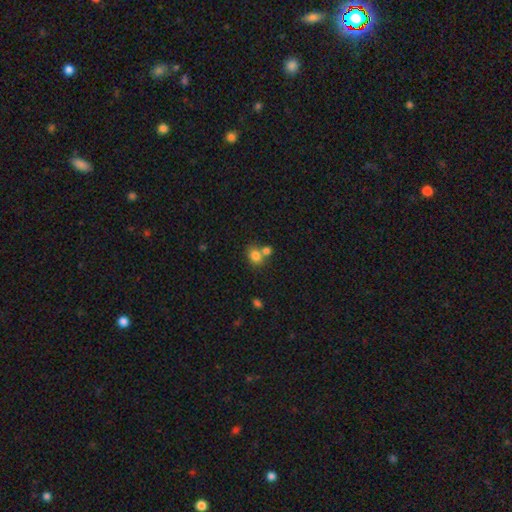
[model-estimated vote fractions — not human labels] This appears to be a smooth galaxy with no disk features (80%) that is round (53%). Merging: none (47%).